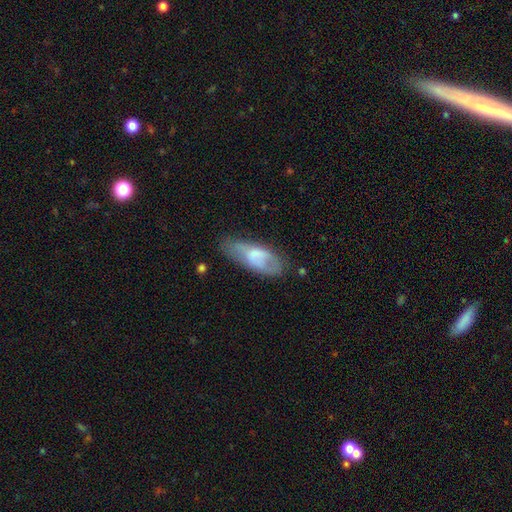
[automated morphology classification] Smooth or featured? Predicted: smooth (p=0.58). How rounded? Predicted: in between (p=0.80). Merging? Predicted: none (p=0.54).